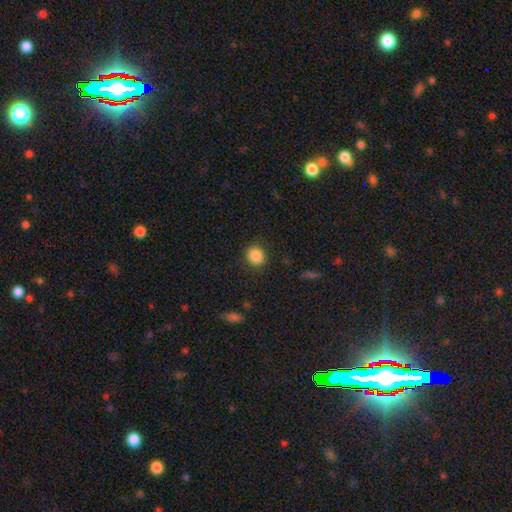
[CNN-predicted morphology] This is clearly a smooth galaxy (86%). How rounded: clearly round (82%). Merging: clearly none (88%).